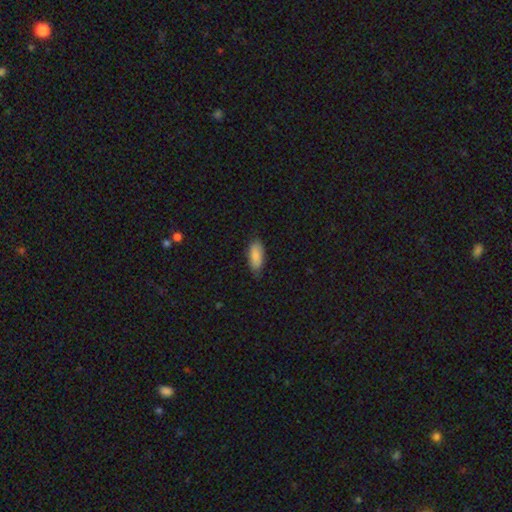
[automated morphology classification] Smooth or featured: smooth — 87% (featured or disk — 6%)
How rounded: in between — 81% (cigar-shaped — 17%)
Merging: none — 77% (minor disturbance — 19%)